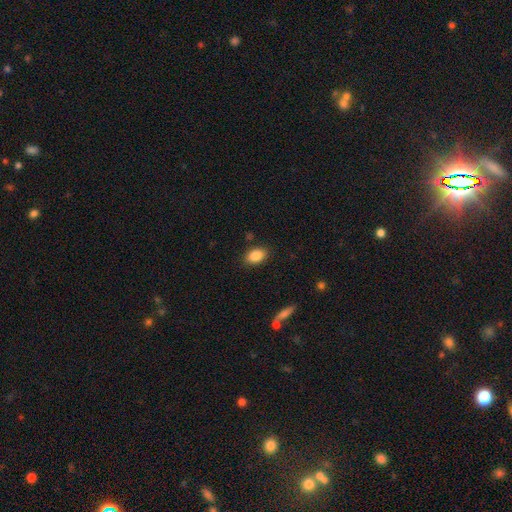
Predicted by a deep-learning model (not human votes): smooth_or_featured: smooth (p=0.86) [alt: star or artifact p=0.08]
how_rounded: in between (p=0.86) [alt: round p=0.13]
merging: none (p=0.86) [alt: minor disturbance p=0.10]